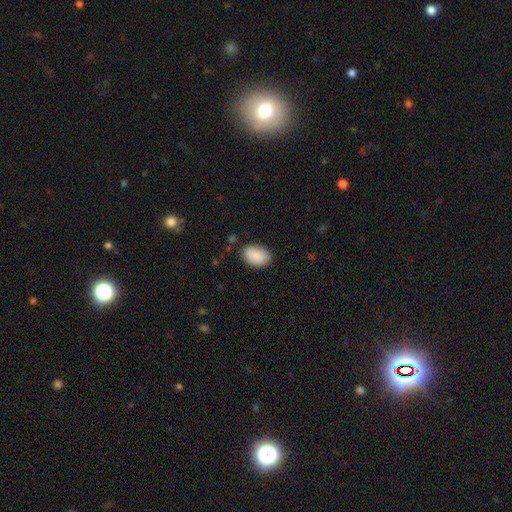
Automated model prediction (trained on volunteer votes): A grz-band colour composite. It shows a smooth galaxy with no disk features (89%) that is in between round and cigar-shaped (90%). Merging: none (79%).